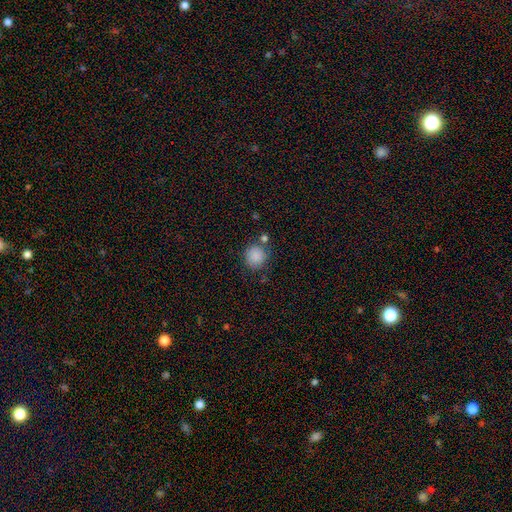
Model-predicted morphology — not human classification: Q: Smooth or featured?
A: smooth (87%); runner-up: star or artifact (9%)
Q: How rounded?
A: round (88%); runner-up: in between (11%)
Q: Merging?
A: none (76%); runner-up: minor disturbance (12%)